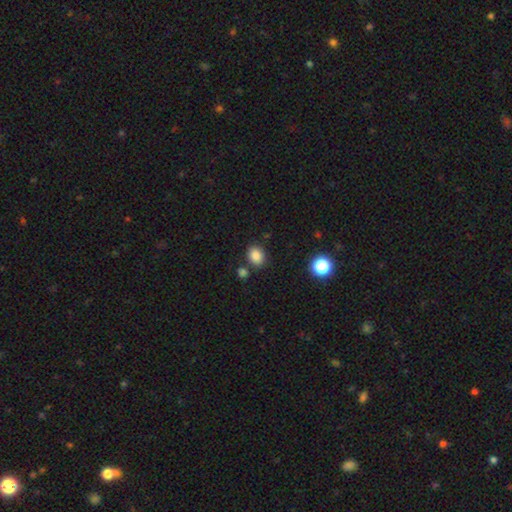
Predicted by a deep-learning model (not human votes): Overall: smooth (85%). How rounded: in between (51%; round 48%). Merging: none (78%).